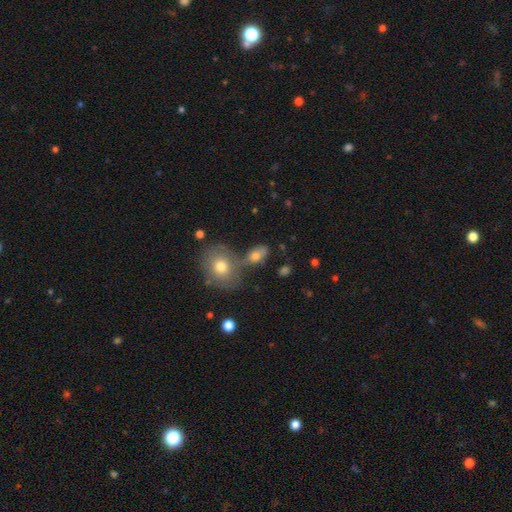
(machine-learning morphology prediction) smooth-or-featured: smooth: 74% | featured or disk: 16% | star or artifact: 11%
  how-rounded: in between: 77% | round: 19% | cigar-shaped: 4%
  merging: none: 45% | merger: 31% | minor disturbance: 16% | major disturbance: 8%